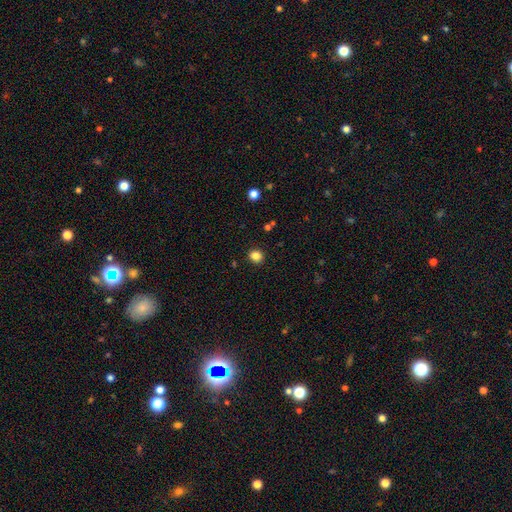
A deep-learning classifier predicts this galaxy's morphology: The model was most divided on "how rounded": round: 82%, in between: 17%, cigar-shaped: 1%. More confident: merging — none (91%); smooth or featured — smooth (84%).